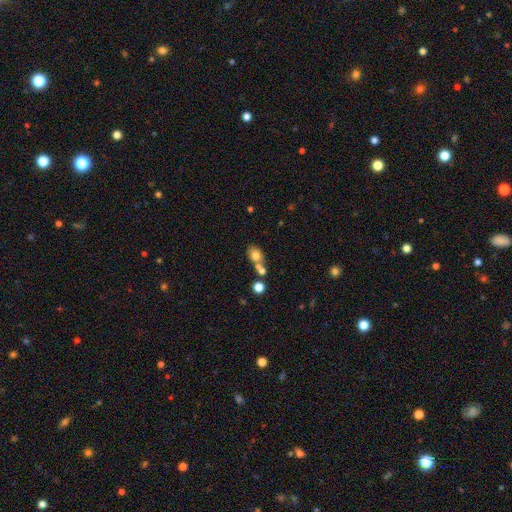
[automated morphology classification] Overall: smooth (73%). How rounded: in between (63%; round 35%). Merging: none (48%; merger 35%).